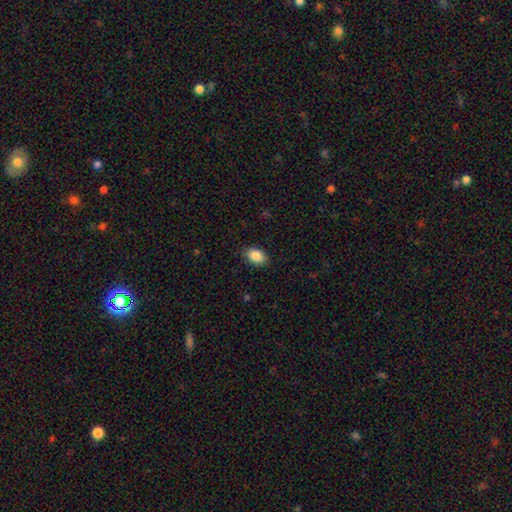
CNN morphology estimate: This is clearly a smooth galaxy (88%). How rounded: clearly in between (84%). Merging: clearly none (86%).